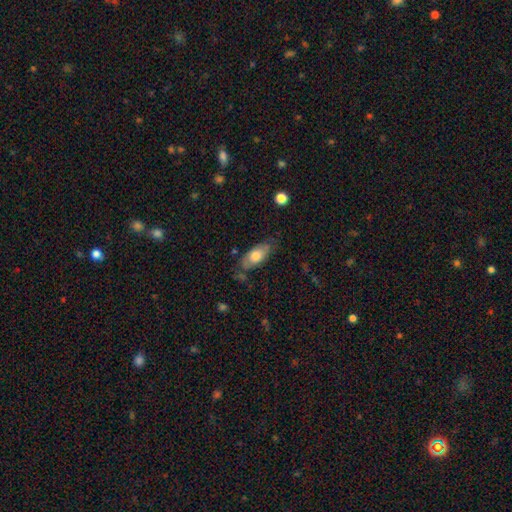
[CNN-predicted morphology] The model was most divided on "merging": none: 62%, minor disturbance: 26%, major disturbance: 8%, merger: 3%. More confident: how rounded — in between (86%); smooth or featured — smooth (66%).